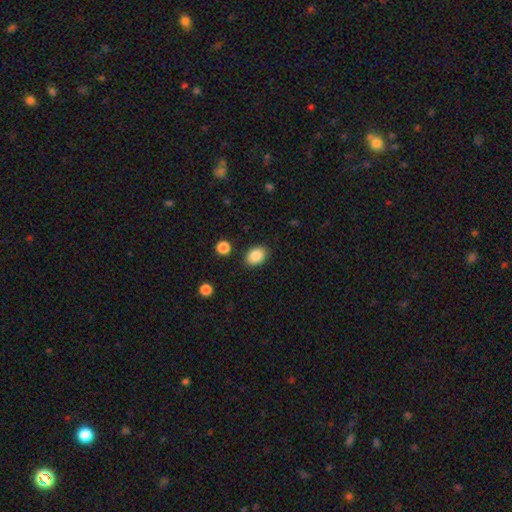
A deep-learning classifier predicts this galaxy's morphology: A smooth galaxy with no disk features (87%) that is in between round and cigar-shaped (76%).

Vote fractions:
- Smooth or featured? smooth: 87% / star or artifact: 8% / featured or disk: 4%
- How rounded? in between: 76% / round: 23% / cigar-shaped: 1%
- Merging? none: 86% / minor disturbance: 9% / major disturbance: 3% / merger: 2%